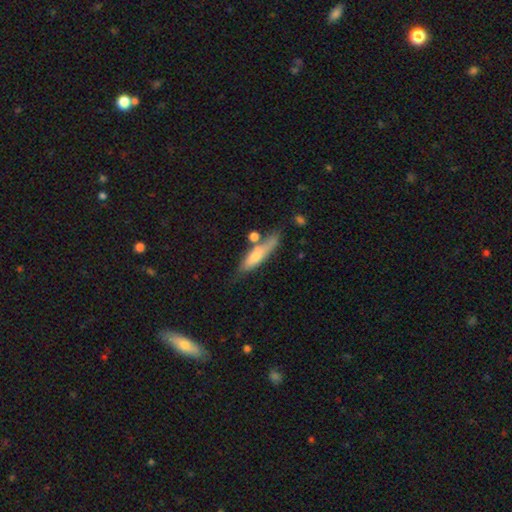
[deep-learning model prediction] This is possibly a smooth galaxy (54%). How rounded: likely cigar-shaped (78%). Merging: likely none (65%).